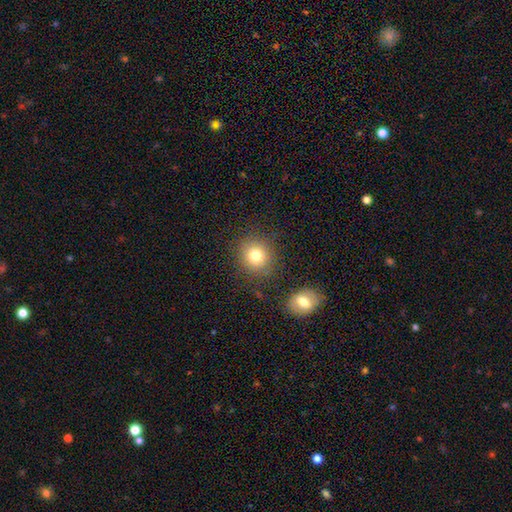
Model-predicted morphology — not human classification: smooth 78%, star or artifact 13%, featured or disk 9%. Down the decision tree: how rounded — round (87%); merging — none (83%).